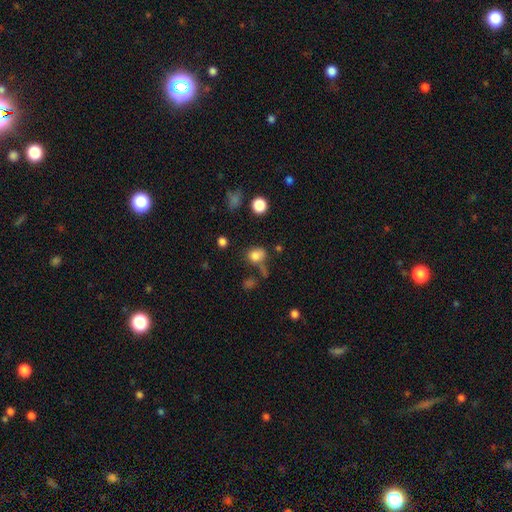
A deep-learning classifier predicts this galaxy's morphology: Smooth or featured: smooth — 79% (star or artifact — 13%)
How rounded: in between — 51% (round — 47%)
Merging: none — 55% (minor disturbance — 19%)